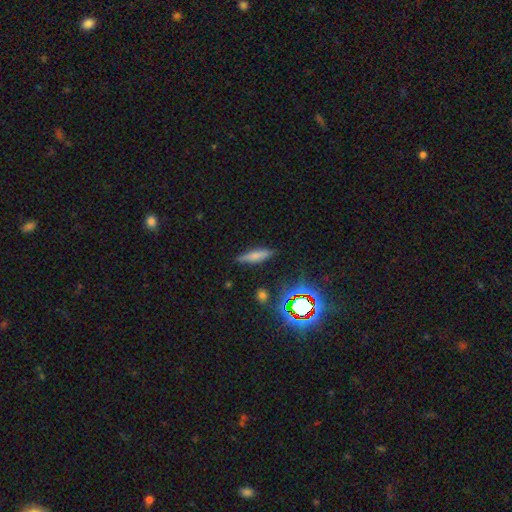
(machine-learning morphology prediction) smooth 62%, featured or disk 23%, star or artifact 15%. Down the decision tree: how rounded — cigar-shaped (70%); merging — none (81%).